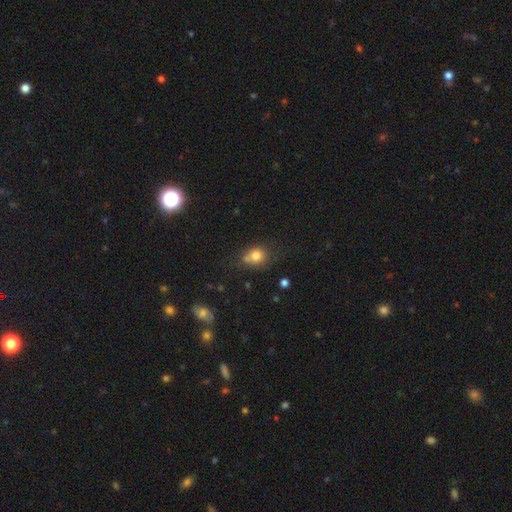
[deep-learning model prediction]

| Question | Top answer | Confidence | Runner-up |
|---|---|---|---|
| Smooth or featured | smooth | 76% | star or artifact (13%) |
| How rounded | round | 65% | in between (33%) |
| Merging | none | 52% | merger (21%) |